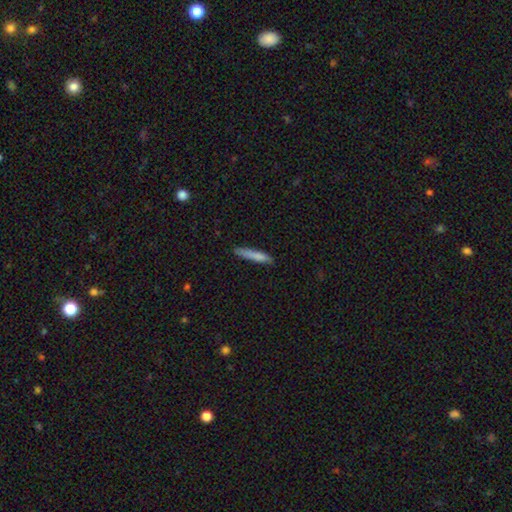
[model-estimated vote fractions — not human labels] smooth_or_featured: smooth (p=0.80) [alt: featured or disk p=0.14]
how_rounded: cigar-shaped (p=0.93) [alt: in between p=0.06]
merging: none (p=0.80) [alt: minor disturbance p=0.16]